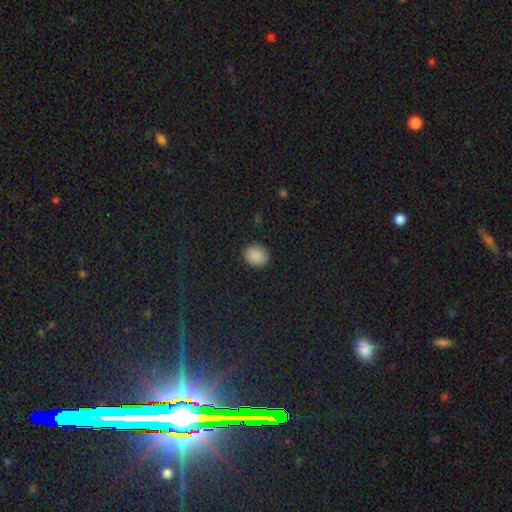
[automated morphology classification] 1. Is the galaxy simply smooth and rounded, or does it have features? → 88% smooth, 9% star or artifact, 3% featured or disk.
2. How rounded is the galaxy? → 68% round, 31% in between, 1% cigar-shaped.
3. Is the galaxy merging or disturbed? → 89% none, 8% minor disturbance, 2% major disturbance, 1% merger.